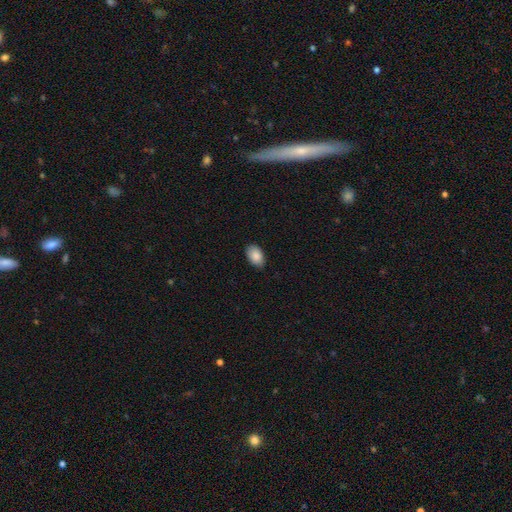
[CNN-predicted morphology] Q: Smooth or featured?
A: smooth (89%); runner-up: star or artifact (7%)
Q: How rounded?
A: in between (91%); runner-up: round (8%)
Q: Merging?
A: none (86%); runner-up: minor disturbance (11%)